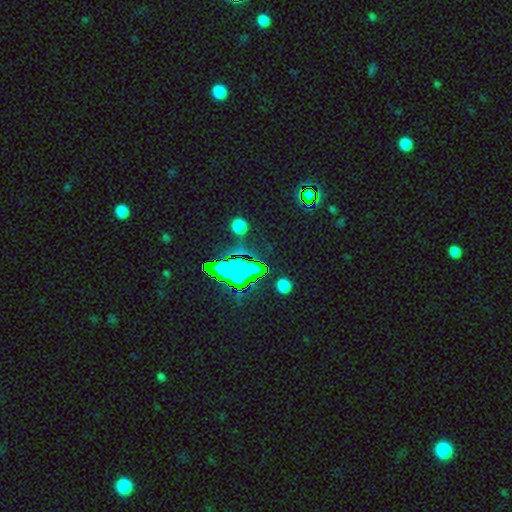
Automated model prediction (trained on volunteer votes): A star or artifact, not a galaxy (74%).